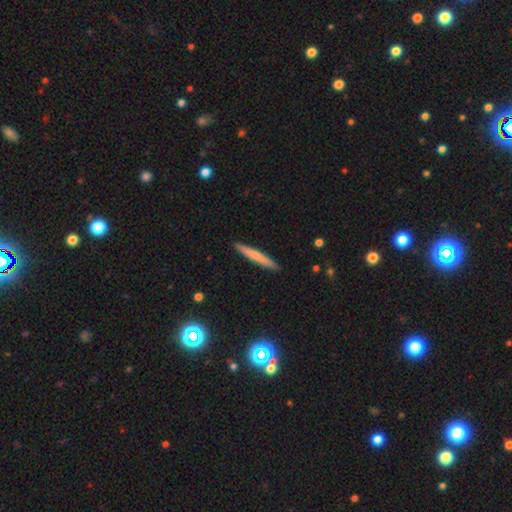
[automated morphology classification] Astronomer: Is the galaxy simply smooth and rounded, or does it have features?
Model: smooth — 66%.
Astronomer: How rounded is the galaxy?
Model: cigar-shaped — 96%.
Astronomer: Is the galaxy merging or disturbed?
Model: none — 92%.